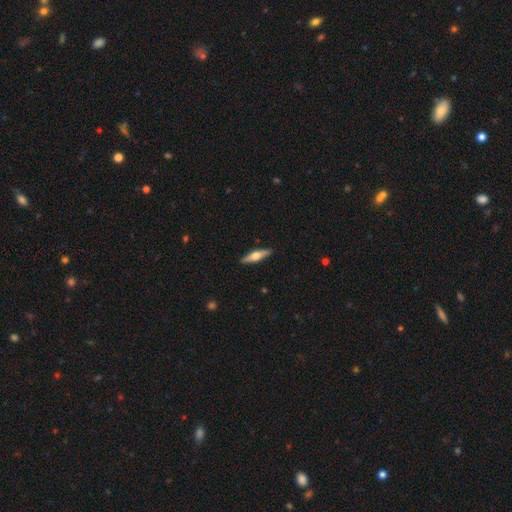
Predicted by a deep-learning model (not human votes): smooth_or_featured: featured or disk (p=0.55) [alt: smooth p=0.39]
disk_edge_on: yes (p=0.94) [alt: no p=0.06]
edge_on_bulge: rounded (p=0.94) [alt: boxy p=0.04]
merging: none (p=0.90) [alt: minor disturbance p=0.07]